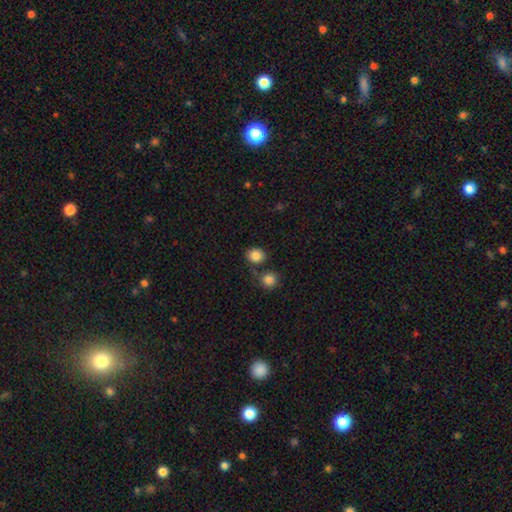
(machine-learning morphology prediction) smooth 85%, star or artifact 10%, featured or disk 5%. Down the decision tree: how rounded — round (67%); merging — none (67%).